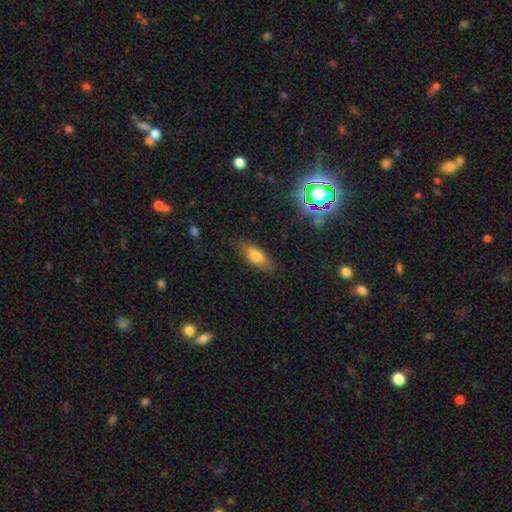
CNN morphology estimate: The model was most divided on "how rounded": in between: 73%, cigar-shaped: 24%, round: 3%. More confident: merging — none (80%); smooth or featured — smooth (73%).